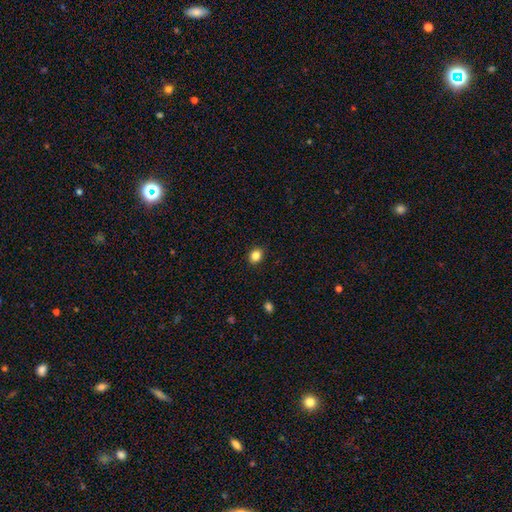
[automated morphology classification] smooth_or_featured: smooth (p=0.85) [alt: star or artifact p=0.11]
how_rounded: round (p=0.54) [alt: in between p=0.45]
merging: none (p=0.90) [alt: minor disturbance p=0.08]